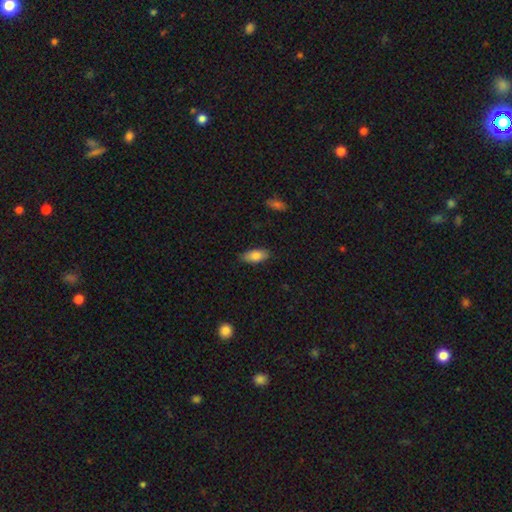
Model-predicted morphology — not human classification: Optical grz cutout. It shows a smooth galaxy with no disk features (81%) that is in between round and cigar-shaped (88%). Merging: none (85%).